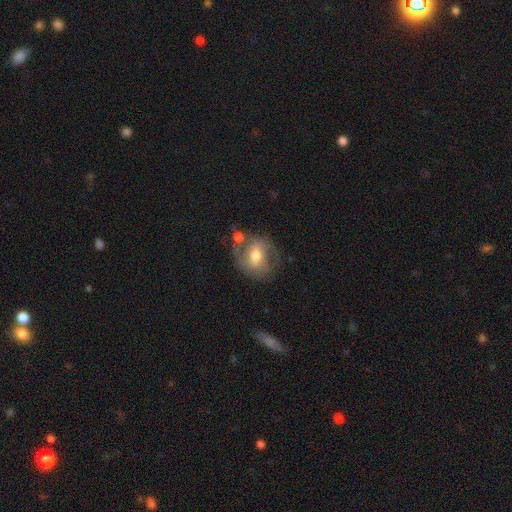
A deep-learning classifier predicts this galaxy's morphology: featured or disk 64%, smooth 29%, star or artifact 7%. Down the decision tree: edge-on disk — no (96%); bar — weak (49%); spiral arms — yes (81%); spiral arm count — 2 (79%); spiral winding — medium (50%); bulge size — moderate (72%); merging — none (56%).